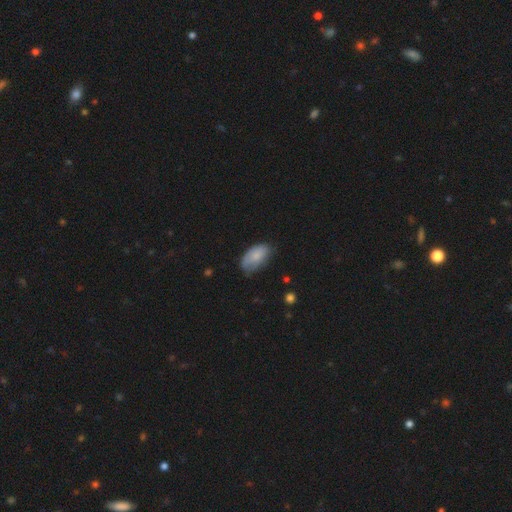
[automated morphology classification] smooth-or-featured: smooth: 79% | featured or disk: 15% | star or artifact: 7%
  how-rounded: in between: 94% | round: 4% | cigar-shaped: 2%
  merging: none: 54% | minor disturbance: 35% | major disturbance: 9% | merger: 2%